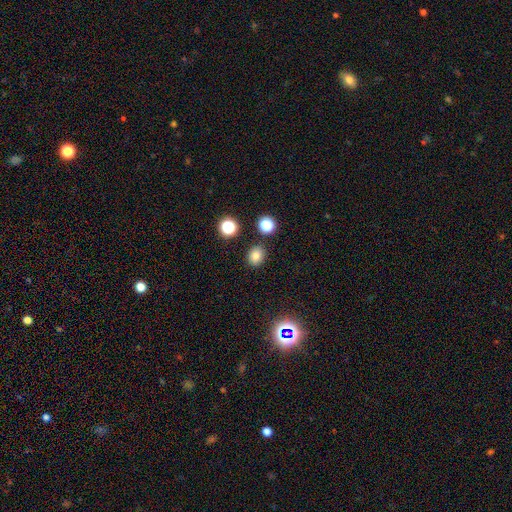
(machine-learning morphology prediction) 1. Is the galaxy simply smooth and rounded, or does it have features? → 79% smooth, 15% star or artifact, 5% featured or disk.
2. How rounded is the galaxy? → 58% round, 41% in between, 1% cigar-shaped.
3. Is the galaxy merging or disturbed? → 84% none, 9% minor disturbance, 4% merger, 3% major disturbance.